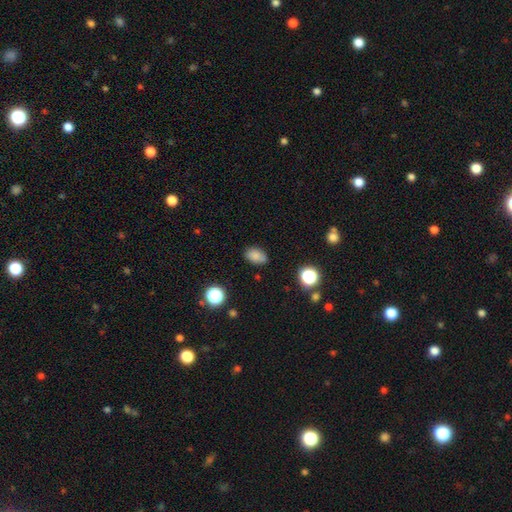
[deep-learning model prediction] Q: Smooth or featured?
A: smooth (83%); runner-up: star or artifact (12%)
Q: How rounded?
A: in between (84%); runner-up: round (15%)
Q: Merging?
A: none (80%); runner-up: minor disturbance (15%)